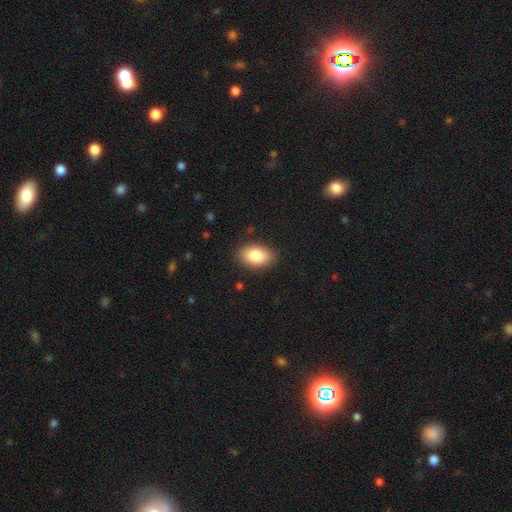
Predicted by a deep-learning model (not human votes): A smooth galaxy with no disk features (84%) that is in between round and cigar-shaped (91%).

Vote fractions:
- Smooth or featured? smooth: 84% / featured or disk: 9% / star or artifact: 7%
- How rounded? in between: 91% / round: 8% / cigar-shaped: 1%
- Merging? none: 87% / minor disturbance: 10% / major disturbance: 2% / merger: 1%